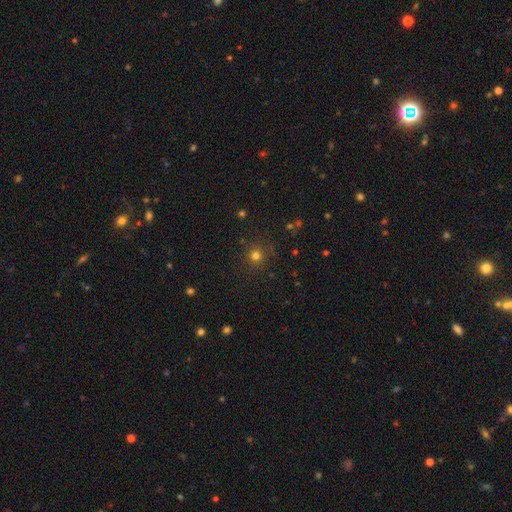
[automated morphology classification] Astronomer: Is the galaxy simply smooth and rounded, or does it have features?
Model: smooth — 74%.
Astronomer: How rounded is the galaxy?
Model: round — 93%.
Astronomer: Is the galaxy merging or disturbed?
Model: none — 86%.